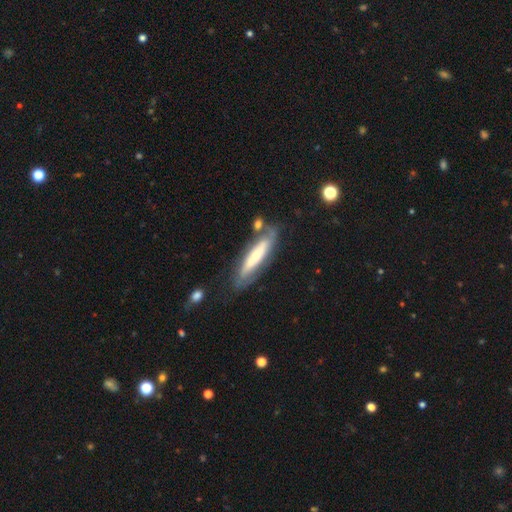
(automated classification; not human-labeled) A featured or disk galaxy (56%) viewed edge-on (56%). Merging: none (67%).